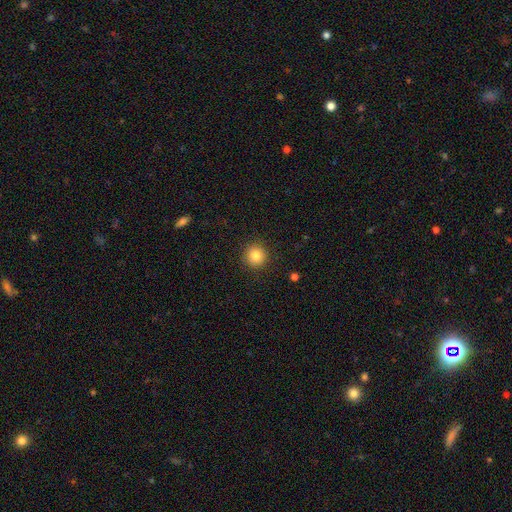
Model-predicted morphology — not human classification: This is clearly a smooth galaxy (84%). How rounded: clearly round (95%). Merging: clearly none (91%).